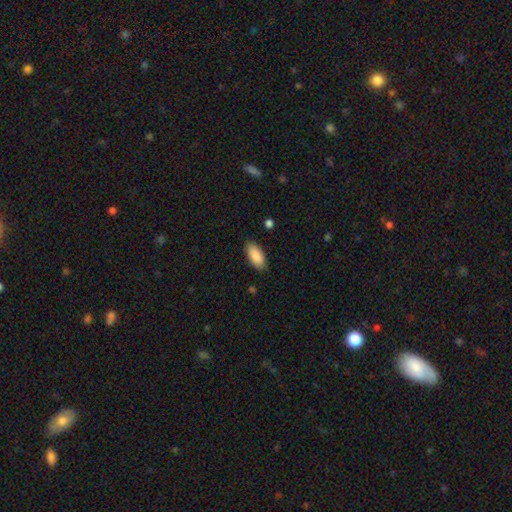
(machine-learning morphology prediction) A smooth galaxy with no disk features (89%) that is in between round and cigar-shaped (89%). Merging: none (87%).